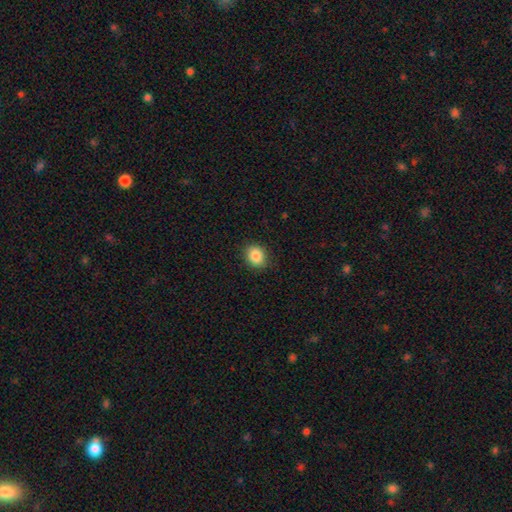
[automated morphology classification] Smooth or featured: smooth — 87% (star or artifact — 9%)
How rounded: round — 60% (in between — 39%)
Merging: none — 89% (minor disturbance — 8%)